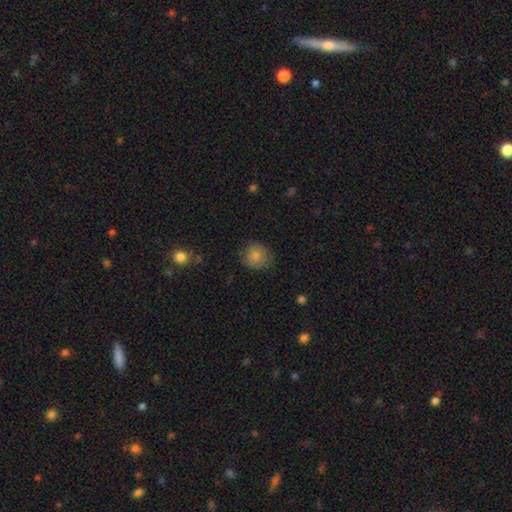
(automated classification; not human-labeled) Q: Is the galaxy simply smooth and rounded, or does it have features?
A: smooth — 83%.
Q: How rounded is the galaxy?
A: round — 82%.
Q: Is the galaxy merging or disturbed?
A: none — 75%.